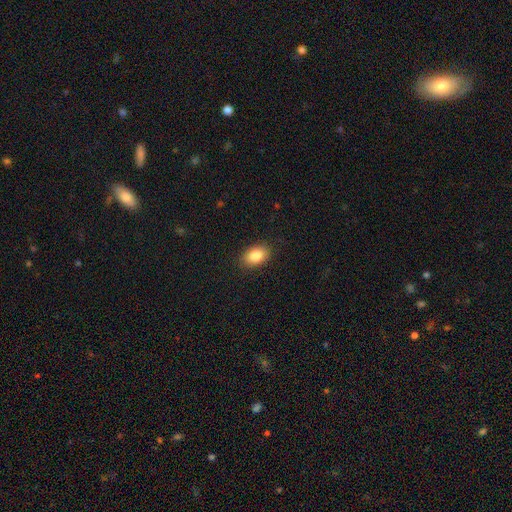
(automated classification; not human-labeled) Smooth or featured? smooth (85%)
How rounded? in between (87%)
Merging? none (87%)